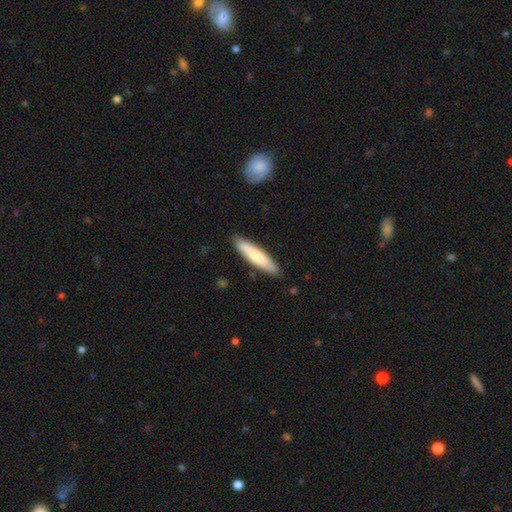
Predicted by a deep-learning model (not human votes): Overall: smooth (73%). How rounded: cigar-shaped (81%). Merging: none (87%).